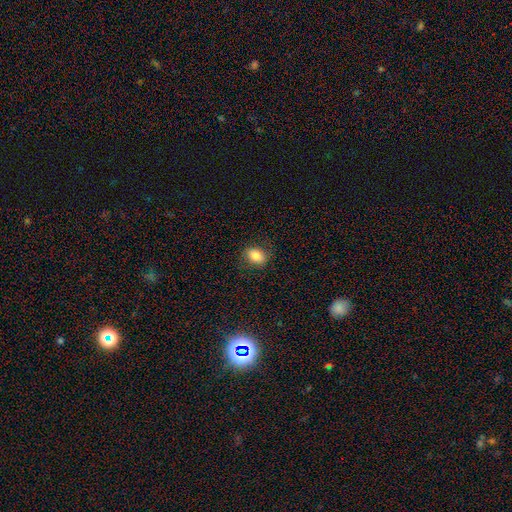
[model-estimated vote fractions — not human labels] A smooth galaxy with no disk features (82%) that is in between round and cigar-shaped (76%). Merging: none (82%).